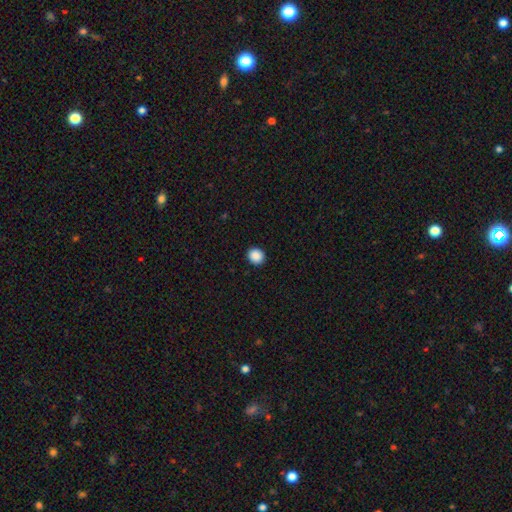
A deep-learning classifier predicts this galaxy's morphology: Q: Smooth or featured?
A: smooth (89%); runner-up: star or artifact (9%)
Q: How rounded?
A: round (85%); runner-up: in between (14%)
Q: Merging?
A: none (93%); runner-up: minor disturbance (5%)